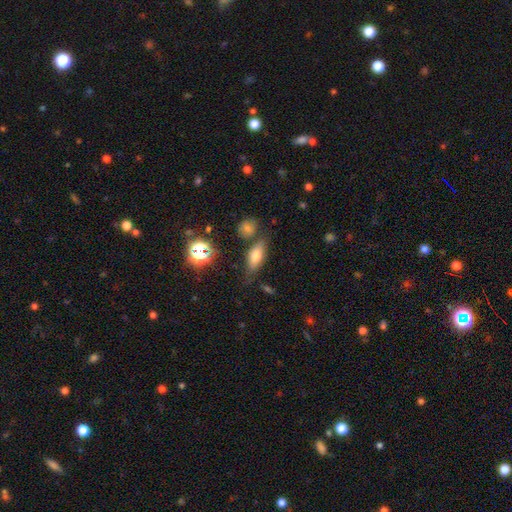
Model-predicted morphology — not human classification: A smooth galaxy with no disk features (61%) that is in between round and cigar-shaped (67%). Merging: none (68%).